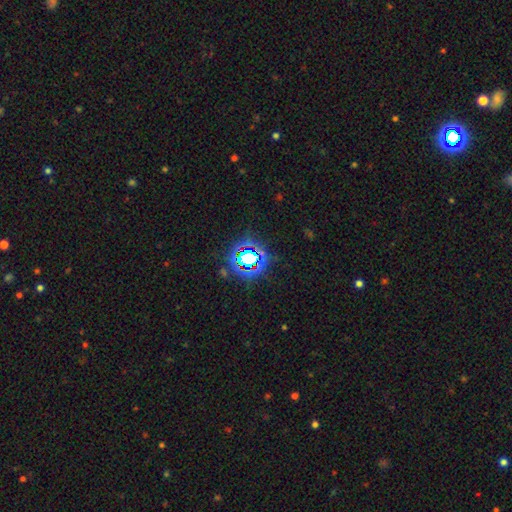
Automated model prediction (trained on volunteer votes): Smooth or featured? Predicted: star or artifact (p=0.72).